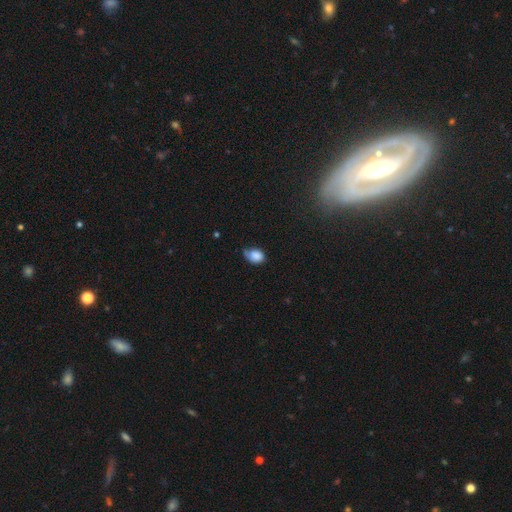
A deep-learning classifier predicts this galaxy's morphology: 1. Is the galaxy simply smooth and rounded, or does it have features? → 83% smooth, 9% featured or disk, 8% star or artifact.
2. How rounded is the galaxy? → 70% in between, 28% round, 1% cigar-shaped.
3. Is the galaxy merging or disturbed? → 46% minor disturbance, 37% none, 14% major disturbance, 3% merger.